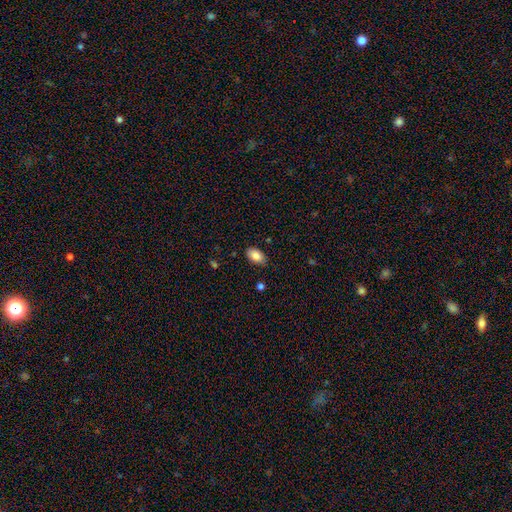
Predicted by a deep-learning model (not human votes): This is clearly a smooth galaxy (86%). How rounded: clearly in between (91%). Merging: clearly none (82%).